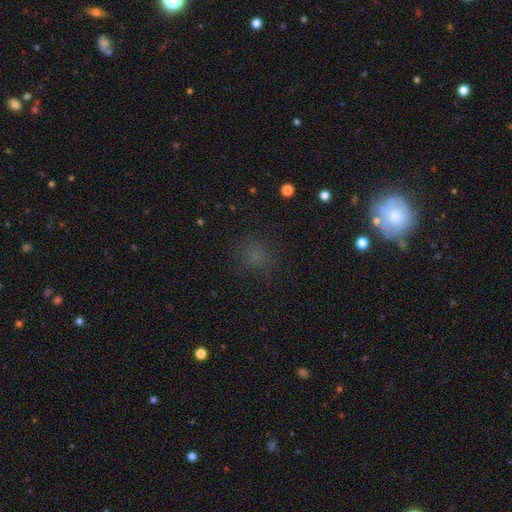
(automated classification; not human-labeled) smooth_or_featured: smooth (p=0.66) [alt: star or artifact p=0.26]
how_rounded: round (p=0.84) [alt: in between p=0.15]
merging: none (p=0.80) [alt: minor disturbance p=0.12]